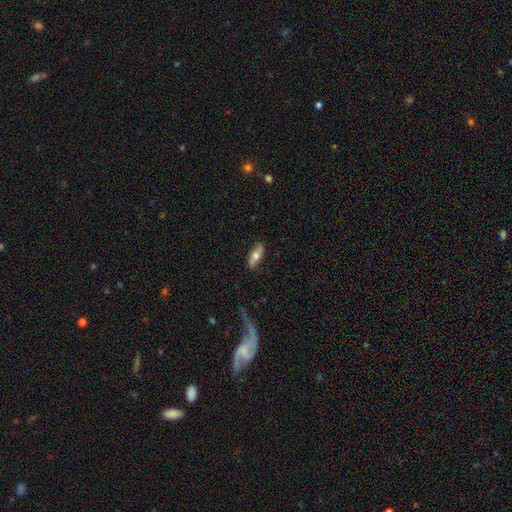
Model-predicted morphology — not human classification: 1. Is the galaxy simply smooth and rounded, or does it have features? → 61% smooth, 33% featured or disk, 6% star or artifact.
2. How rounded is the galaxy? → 64% in between, 33% cigar-shaped, 3% round.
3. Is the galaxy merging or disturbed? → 85% none, 11% minor disturbance, 2% major disturbance, 1% merger.